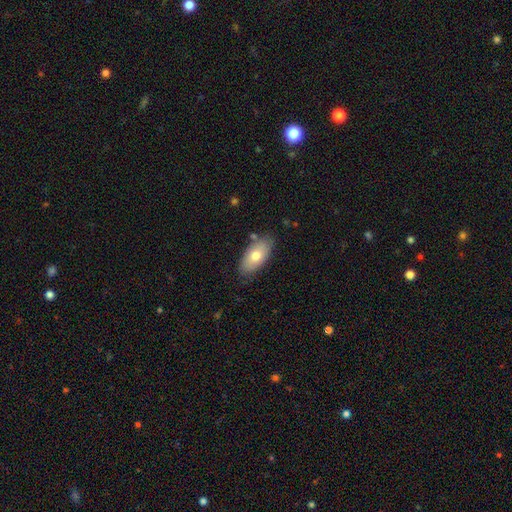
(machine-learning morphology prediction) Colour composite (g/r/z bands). It shows a smooth galaxy with no disk features (73%) that is in between round and cigar-shaped (91%). Merging: none (80%).